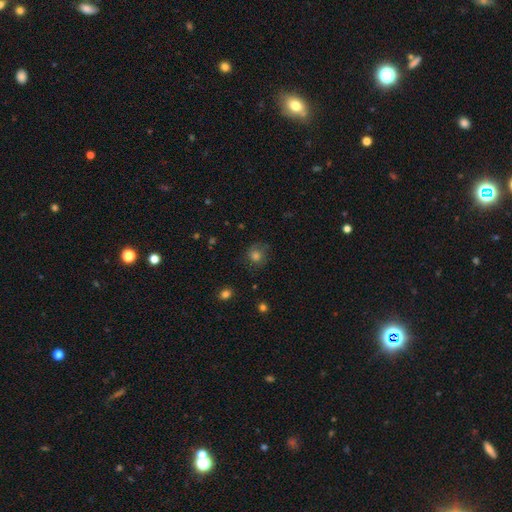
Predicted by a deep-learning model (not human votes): Morphology: type=smooth (69%); roundness=round (83%); merging=none (70%).